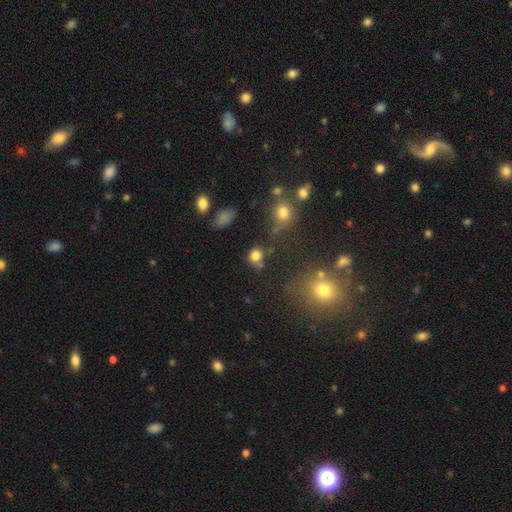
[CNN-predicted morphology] smooth-or-featured: smooth: 78% | star or artifact: 16% | featured or disk: 7%
  how-rounded: round: 74% | in between: 25% | cigar-shaped: 1%
  merging: none: 60% | merger: 17% | minor disturbance: 16% | major disturbance: 6%